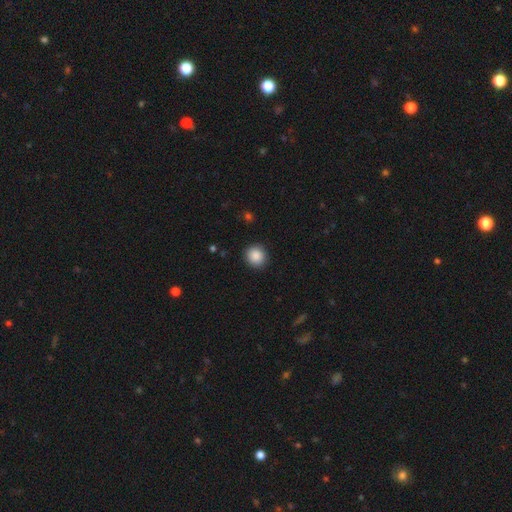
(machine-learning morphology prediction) smooth_or_featured: smooth (p=0.88) [alt: star or artifact p=0.09]
how_rounded: round (p=0.91) [alt: in between p=0.08]
merging: none (p=0.90) [alt: minor disturbance p=0.07]